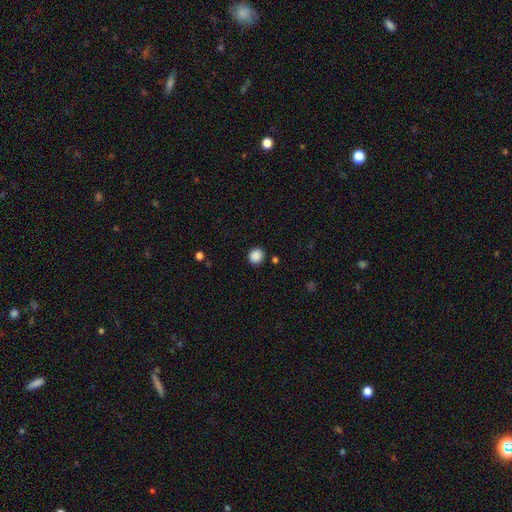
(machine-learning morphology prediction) A smooth galaxy with no disk features (88%) that is round (87%).

Vote fractions:
- Smooth or featured? smooth: 88% / star or artifact: 9% / featured or disk: 3%
- How rounded? round: 87% / in between: 12% / cigar-shaped: 1%
- Merging? none: 90% / minor disturbance: 6% / major disturbance: 2% / merger: 2%